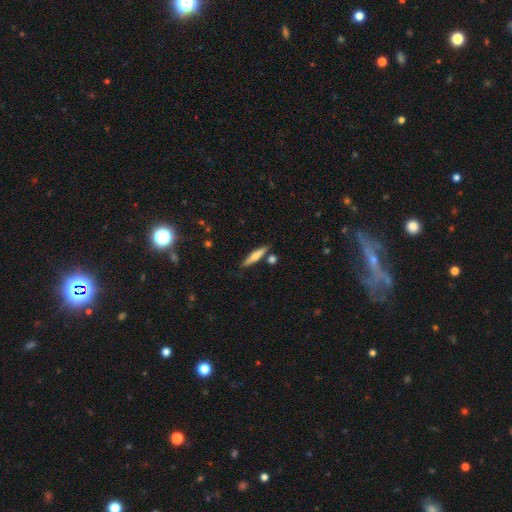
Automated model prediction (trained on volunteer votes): smooth 51%, featured or disk 43%, star or artifact 7%. Down the decision tree: how rounded — cigar-shaped (86%); merging — none (81%).